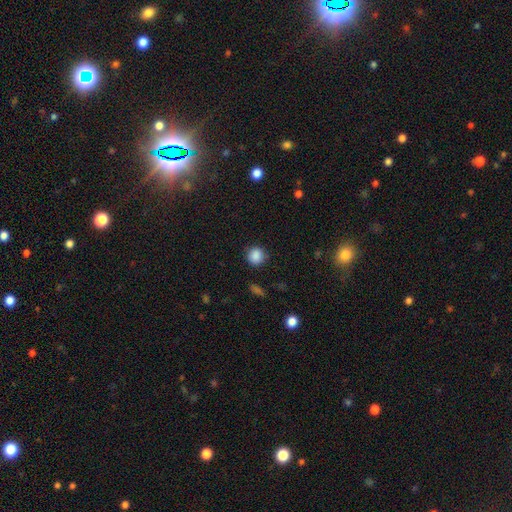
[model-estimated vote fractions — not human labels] smooth_or_featured: smooth (p=0.87) [alt: star or artifact p=0.10]
how_rounded: round (p=0.89) [alt: in between p=0.10]
merging: none (p=0.86) [alt: minor disturbance p=0.10]